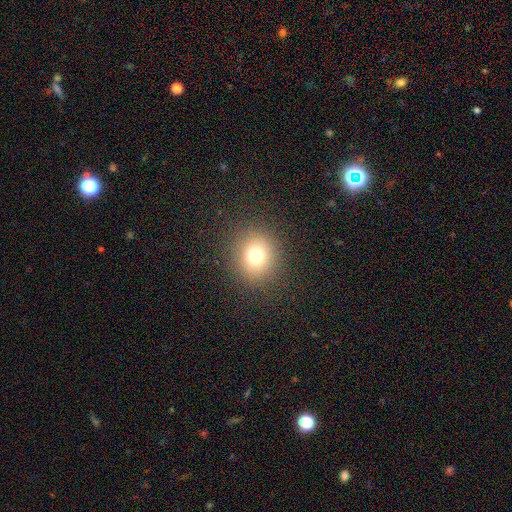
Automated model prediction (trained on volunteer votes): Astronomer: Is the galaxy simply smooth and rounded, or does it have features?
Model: smooth — 73%.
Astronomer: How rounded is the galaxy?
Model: round — 86%.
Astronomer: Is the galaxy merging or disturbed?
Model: none — 88%.